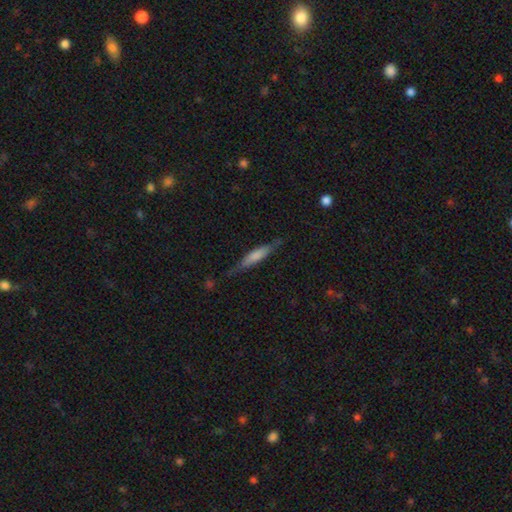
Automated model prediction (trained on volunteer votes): Overall: smooth (60%; featured or disk 34%). How rounded: cigar-shaped (83%). Merging: none (73%).